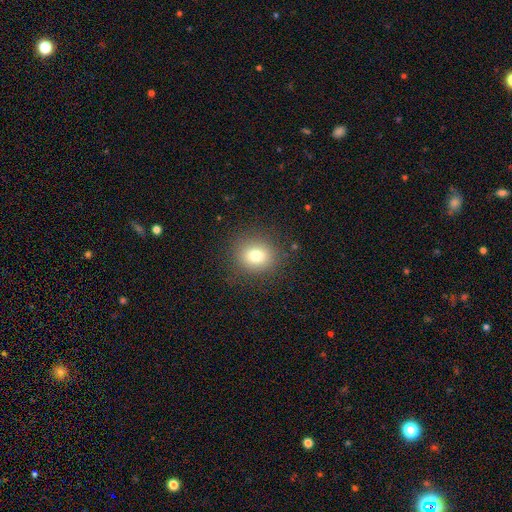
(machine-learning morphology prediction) smooth-or-featured: smooth: 77% | star or artifact: 13% | featured or disk: 10%
  how-rounded: round: 75% | in between: 24% | cigar-shaped: 1%
  merging: none: 85% | minor disturbance: 9% | major disturbance: 4% | merger: 1%